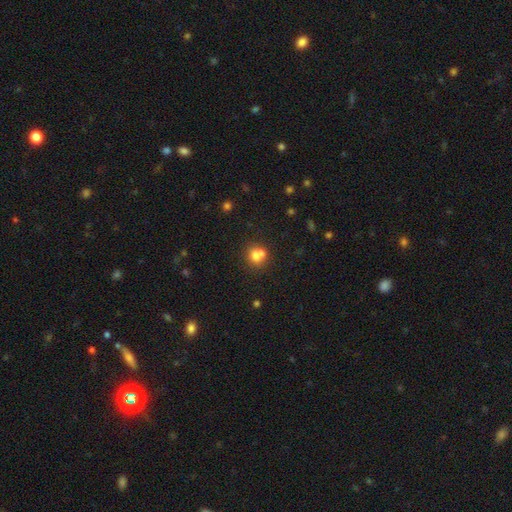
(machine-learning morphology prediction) Overall: smooth (69%). How rounded: round (80%). Merging: merger (47%; none 42%).